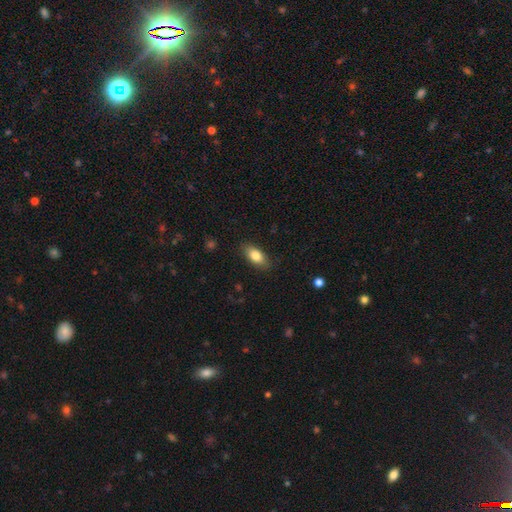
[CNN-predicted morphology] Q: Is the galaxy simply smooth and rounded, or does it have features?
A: smooth — 81%.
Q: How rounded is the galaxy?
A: in between — 87%.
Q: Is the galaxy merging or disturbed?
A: none — 85%.